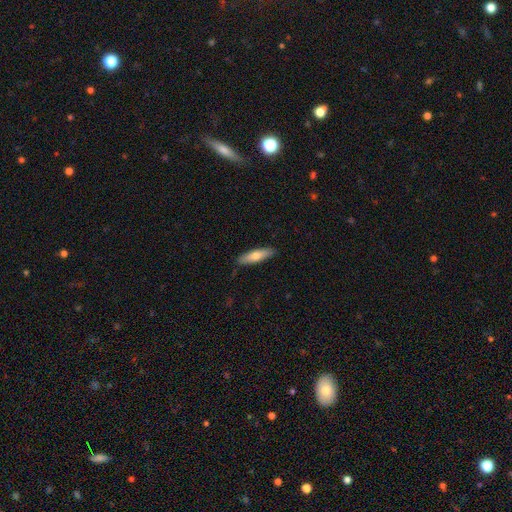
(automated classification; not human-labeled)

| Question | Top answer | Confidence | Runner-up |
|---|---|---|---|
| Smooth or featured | smooth | 70% | featured or disk (24%) |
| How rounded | cigar-shaped | 65% | in between (33%) |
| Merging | none | 86% | minor disturbance (11%) |